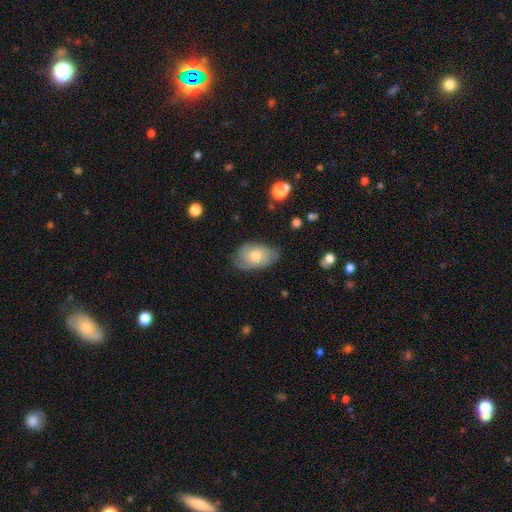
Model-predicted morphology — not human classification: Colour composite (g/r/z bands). It shows a smooth galaxy with no disk features (61%) that is in between round and cigar-shaped (92%). Merging: none (69%).